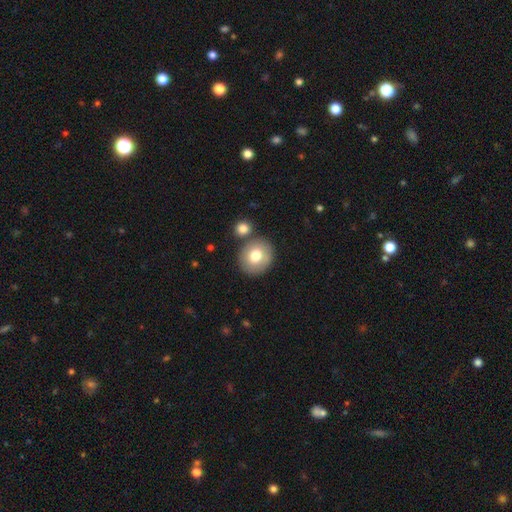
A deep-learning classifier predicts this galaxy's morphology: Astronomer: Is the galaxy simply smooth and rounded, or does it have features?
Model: smooth — 73%.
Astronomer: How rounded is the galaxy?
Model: round — 78%.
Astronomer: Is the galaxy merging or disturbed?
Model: none — 73%.